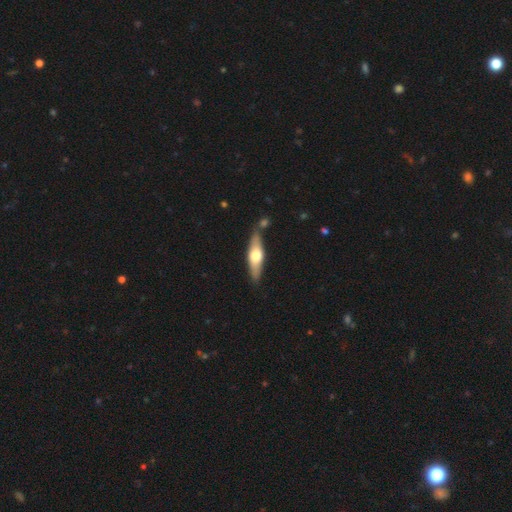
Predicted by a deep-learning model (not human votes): featured or disk 50%, smooth 45%, star or artifact 5%. Down the decision tree: merging — none (78%).